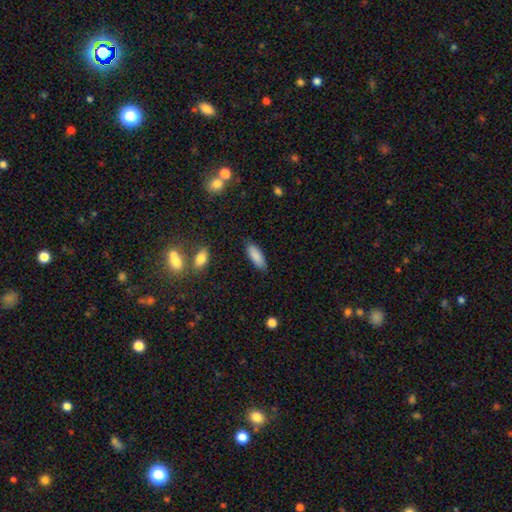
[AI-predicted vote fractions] A smooth galaxy with no disk features (88%) that is in between round and cigar-shaped (67%). Merging: none (85%).